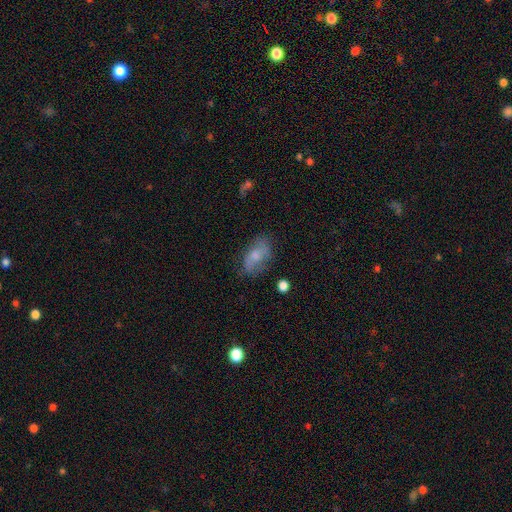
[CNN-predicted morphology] smooth-or-featured: smooth: 55% | featured or disk: 36% | star or artifact: 9%
  how-rounded: in between: 87% | round: 8% | cigar-shaped: 4%
  merging: none: 62% | minor disturbance: 25% | major disturbance: 10% | merger: 2%